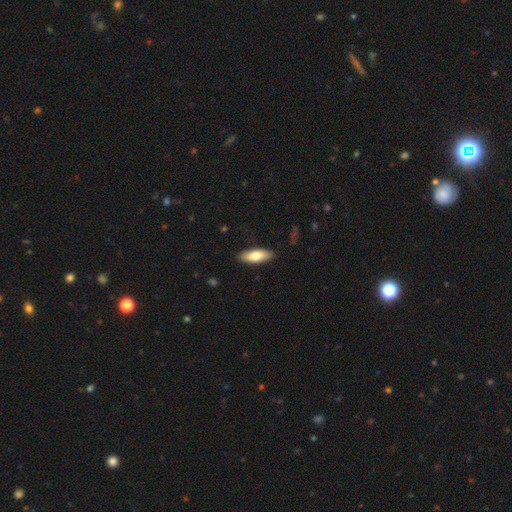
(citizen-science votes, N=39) smooth_or_featured: smooth (p=0.82) [alt: featured or disk p=0.15]
how_rounded: in between (p=0.75) [alt: cigar-shaped p=0.25]
merging: none (p=0.97) [alt: minor disturbance p=0.03]